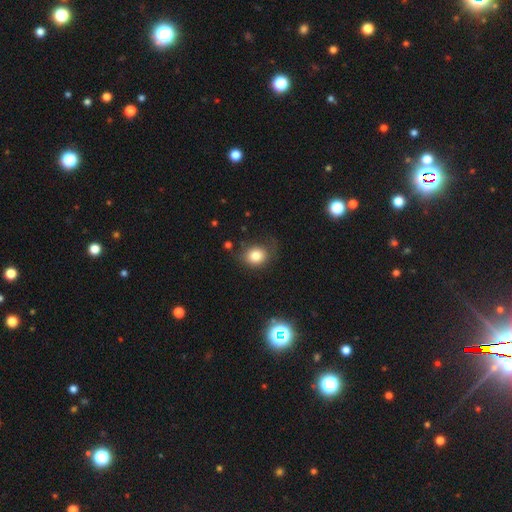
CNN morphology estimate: This is likely a smooth galaxy (79%). How rounded: likely round (63%). Merging: likely none (64%).